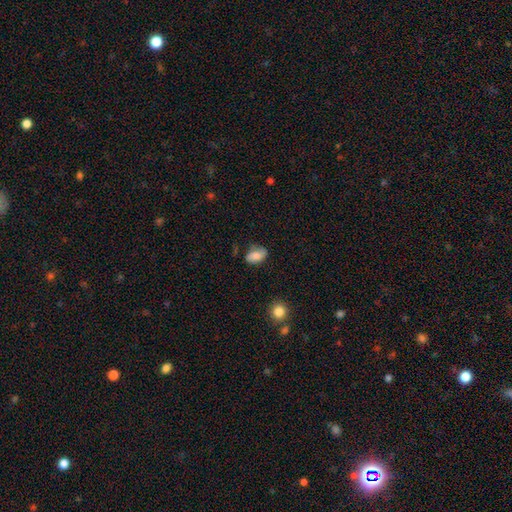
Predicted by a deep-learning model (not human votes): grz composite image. It shows a smooth galaxy with no disk features (78%) that is in between round and cigar-shaped (89%). Merging: none (62%).